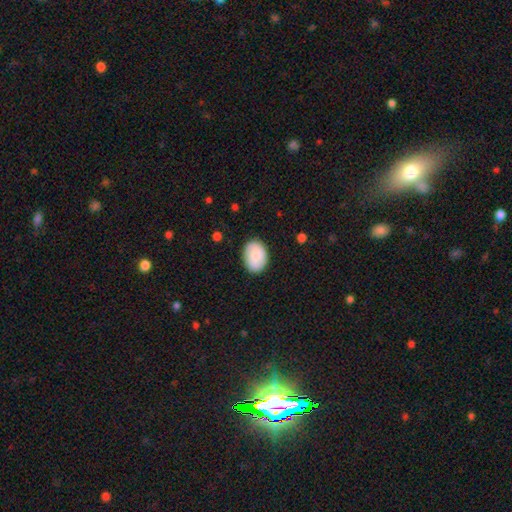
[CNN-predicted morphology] A smooth galaxy with no disk features (81%) that is in between round and cigar-shaped (75%). Merging: none (85%).